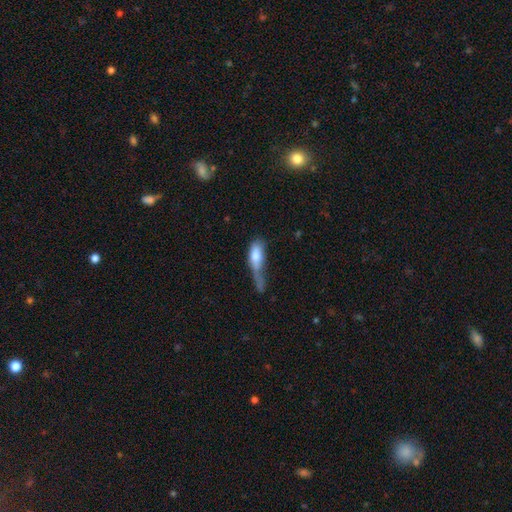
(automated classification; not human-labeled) Smooth or featured?
  - smooth: 70% *
  - featured or disk: 23%
  - star or artifact: 8%
How rounded?
  - in between: 68% *
  - cigar-shaped: 28%
  - round: 4%
Merging?
  - major disturbance: 43% *
  - minor disturbance: 21%
  - merger: 20%
  - none: 16%